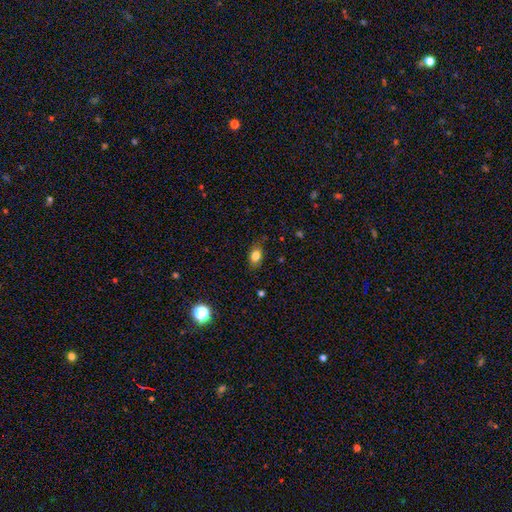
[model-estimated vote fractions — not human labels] Smooth or featured: smooth — 81% (star or artifact — 10%)
How rounded: in between — 80% (round — 18%)
Merging: none — 80% (minor disturbance — 15%)